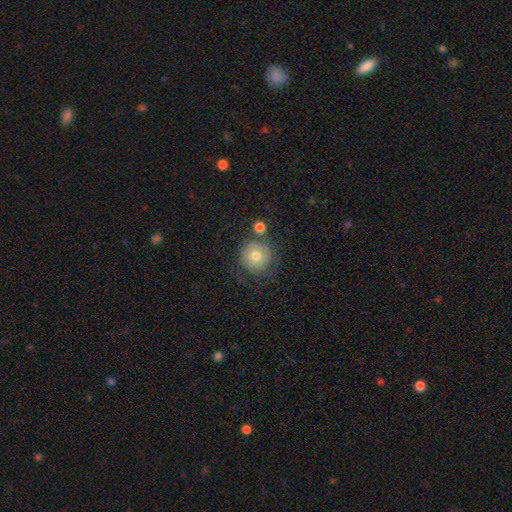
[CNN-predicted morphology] smooth_or_featured: smooth (p=0.66) [alt: featured or disk p=0.25]
how_rounded: round (p=0.93) [alt: in between p=0.06]
merging: none (p=0.64) [alt: minor disturbance p=0.16]